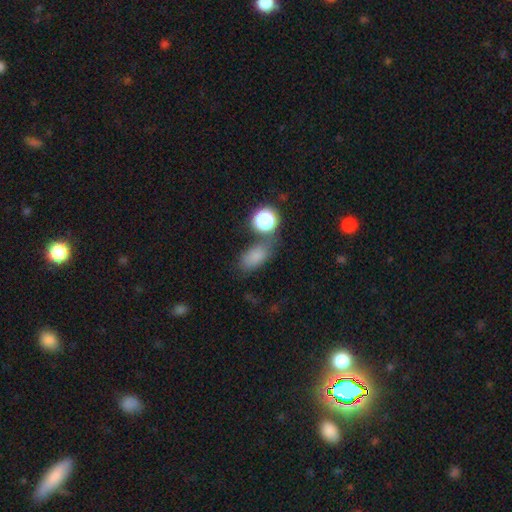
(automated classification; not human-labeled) Morphology: type=smooth (76%); roundness=in between (81%); merging=none (60%).